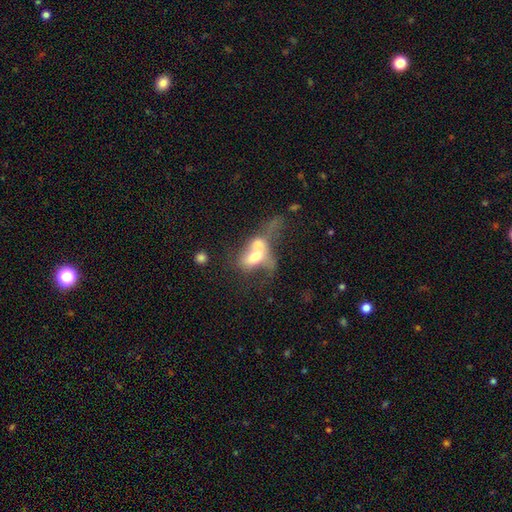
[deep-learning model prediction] This appears to be a smooth galaxy with no disk features (51%) that is in between round and cigar-shaped (74%). Merging: merger (65%).